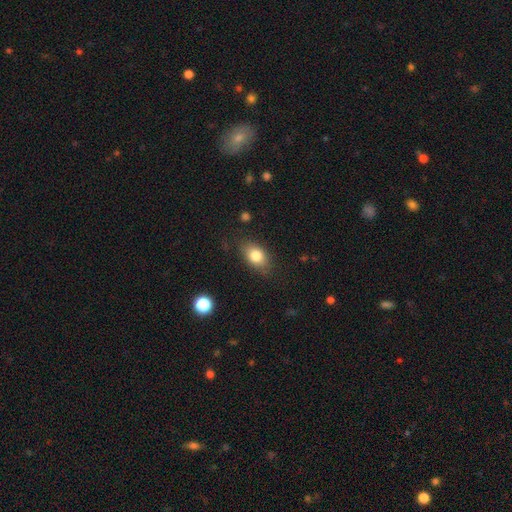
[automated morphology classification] type=smooth (80%); roundness=in between (78%); merging=none (79%).